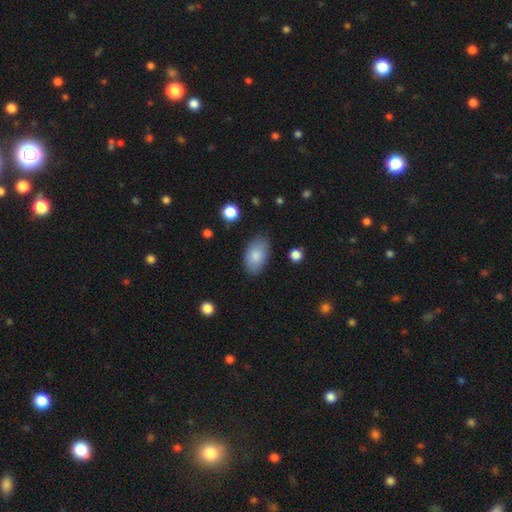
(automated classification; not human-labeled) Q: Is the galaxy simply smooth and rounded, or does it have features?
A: smooth — 83%.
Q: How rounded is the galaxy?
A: in between — 93%.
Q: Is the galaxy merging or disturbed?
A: none — 77%.